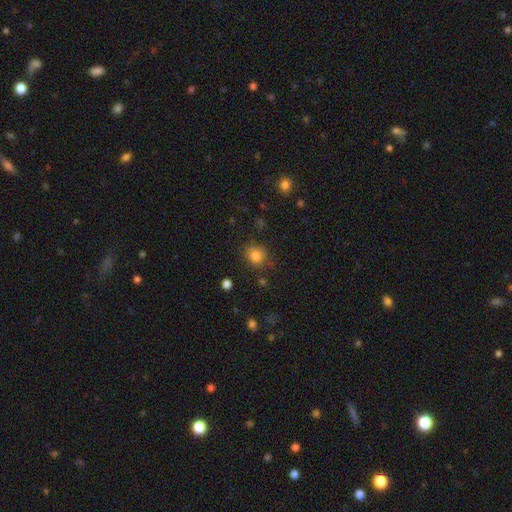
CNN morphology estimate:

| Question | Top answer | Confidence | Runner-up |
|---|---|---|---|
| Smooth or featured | smooth | 82% | star or artifact (12%) |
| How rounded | round | 79% | in between (20%) |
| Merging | none | 78% | minor disturbance (14%) |